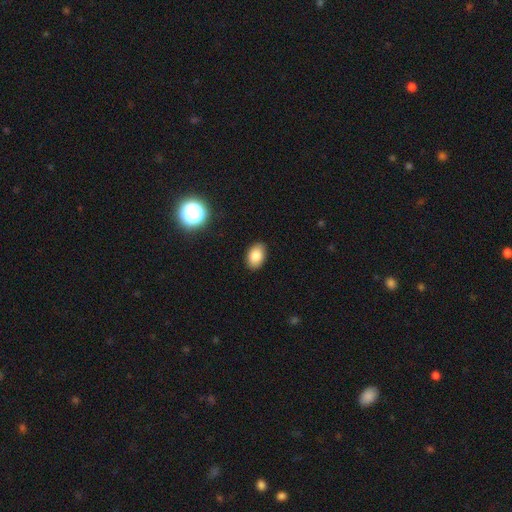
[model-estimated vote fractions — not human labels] A smooth galaxy with no disk features (84%) that is in between round and cigar-shaped (88%). Merging: none (88%).